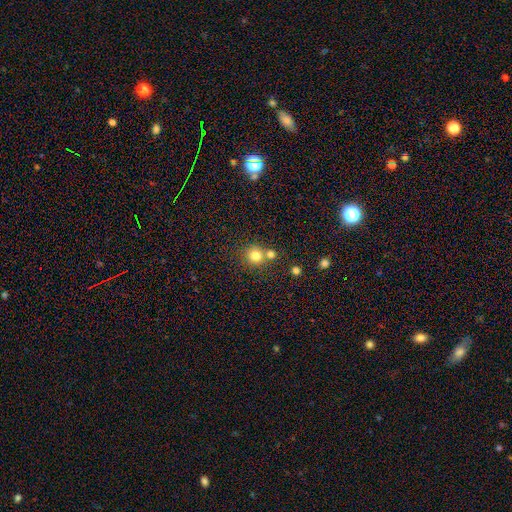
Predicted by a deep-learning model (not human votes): Morphology: type=smooth (79%); roundness=round (89%); merging=none (60%).